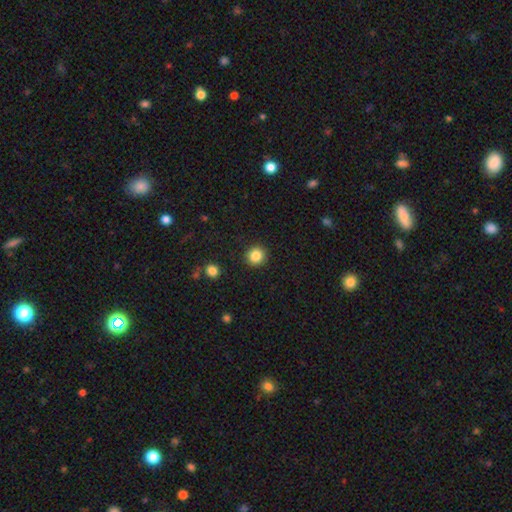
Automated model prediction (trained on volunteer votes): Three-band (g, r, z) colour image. It shows a smooth galaxy with no disk features (85%) that is round (93%). Merging: none (92%).